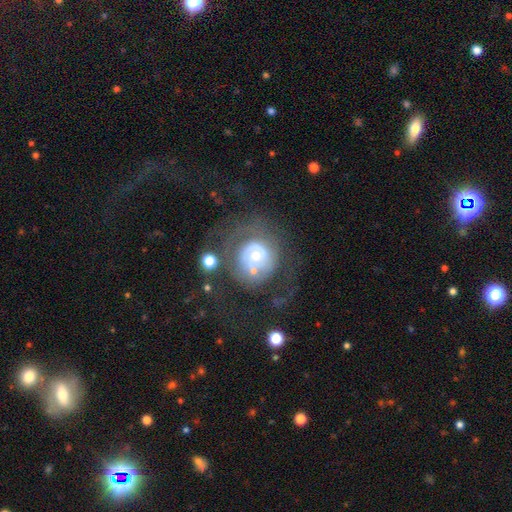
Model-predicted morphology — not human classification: featured or disk 65%, smooth 26%, star or artifact 9%. Down the decision tree: edge-on disk — no (97%); bar — no (78%); spiral arms — yes (67%); bulge size — moderate (50%); merging — none (42%).